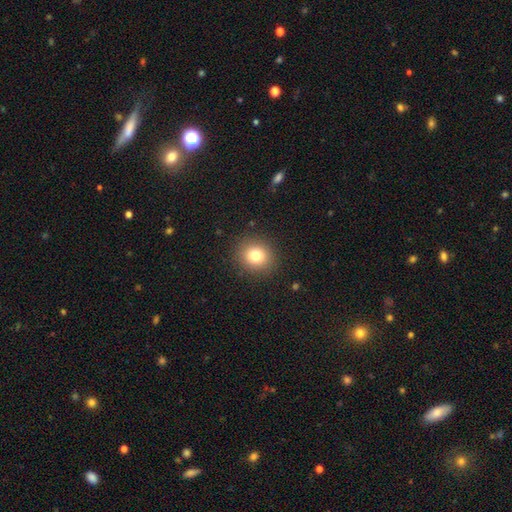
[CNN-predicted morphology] Smooth or featured? smooth (80%)
How rounded? round (81%)
Merging? none (89%)